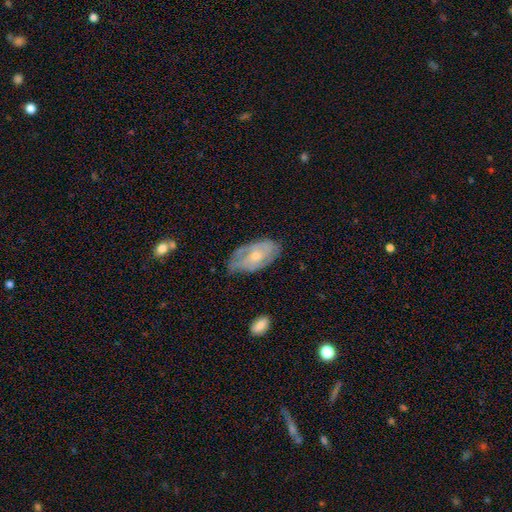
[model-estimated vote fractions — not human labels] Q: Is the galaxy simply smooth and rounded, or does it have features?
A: featured or disk — 63%.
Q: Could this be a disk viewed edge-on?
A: no — 93%.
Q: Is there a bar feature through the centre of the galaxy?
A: no — 73%.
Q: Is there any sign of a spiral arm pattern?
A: yes — 71%.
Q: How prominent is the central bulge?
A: small — 54%.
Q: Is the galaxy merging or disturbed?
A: none — 62%.